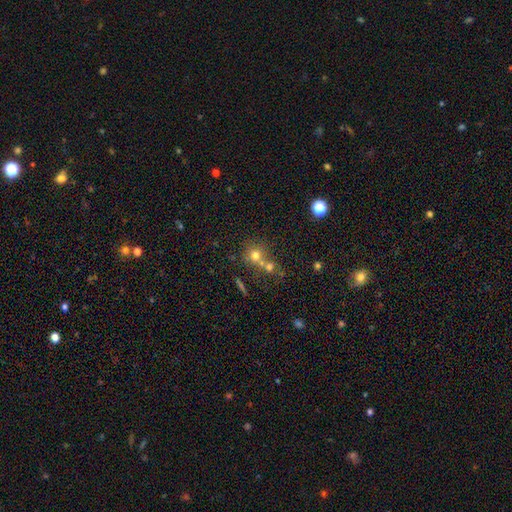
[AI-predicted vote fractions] A smooth galaxy with no disk features (67%) that is round (86%). Merging: merger (44%, tied with none).